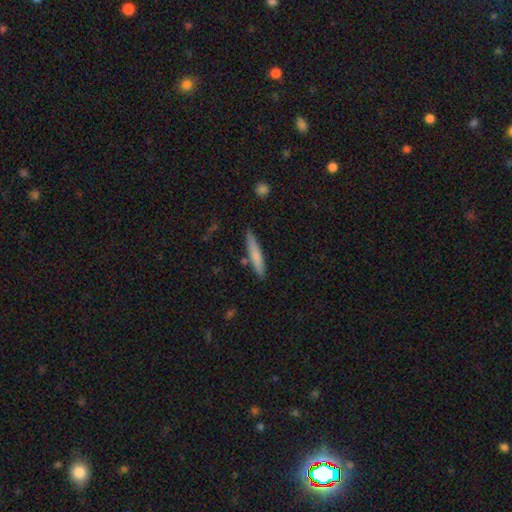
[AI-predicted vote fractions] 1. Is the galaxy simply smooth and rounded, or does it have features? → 75% smooth, 19% featured or disk, 6% star or artifact.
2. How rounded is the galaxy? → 91% cigar-shaped, 7% in between, 1% round.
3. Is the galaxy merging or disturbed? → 84% none, 11% minor disturbance, 4% merger, 2% major disturbance.